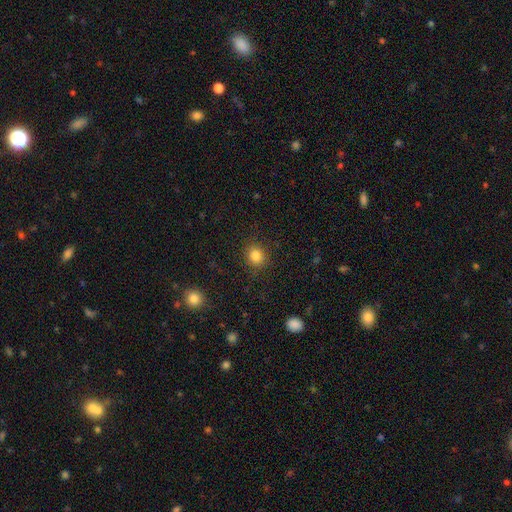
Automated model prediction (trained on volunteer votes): Smooth or featured? smooth (84%)
How rounded? round (81%)
Merging? none (88%)